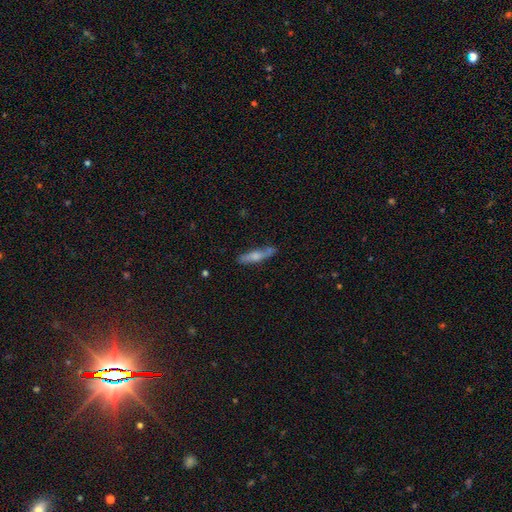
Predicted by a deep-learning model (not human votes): A smooth galaxy with no disk features (56%) that is cigar-shaped (83%). Merging: none (75%).